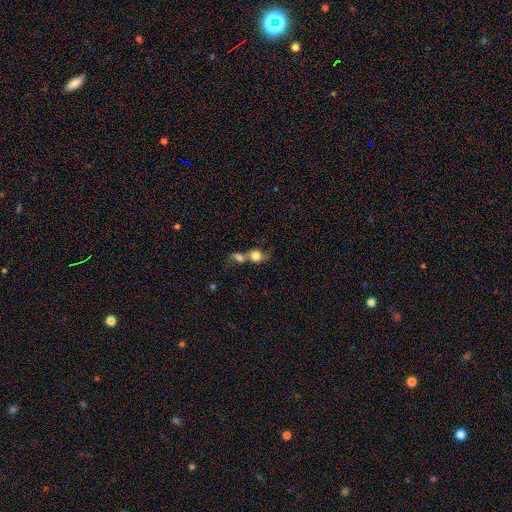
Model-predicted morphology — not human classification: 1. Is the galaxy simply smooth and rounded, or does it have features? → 73% smooth, 17% featured or disk, 10% star or artifact.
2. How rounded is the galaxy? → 62% round, 36% in between, 3% cigar-shaped.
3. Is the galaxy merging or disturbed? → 70% merger, 15% none, 8% major disturbance, 7% minor disturbance.